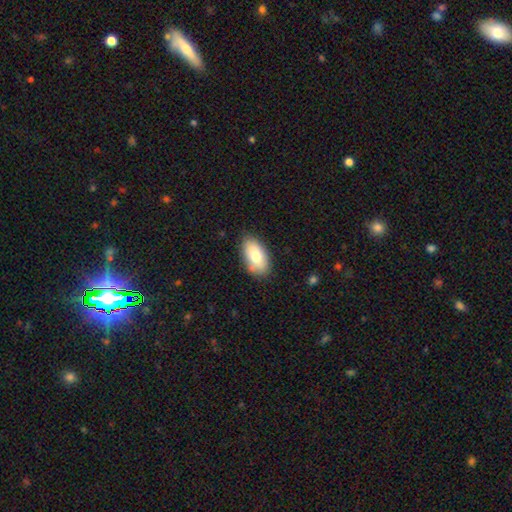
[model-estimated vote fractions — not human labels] The model was most divided on "smooth or featured": smooth: 75%, featured or disk: 18%, star or artifact: 7%. More confident: how rounded — in between (93%); merging — none (81%).